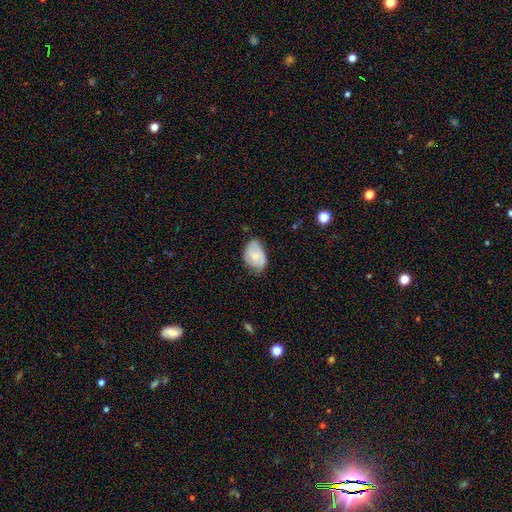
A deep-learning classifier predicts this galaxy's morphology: A smooth galaxy with no disk features (59%) that is in between round and cigar-shaped (83%). Merging: none (52%).